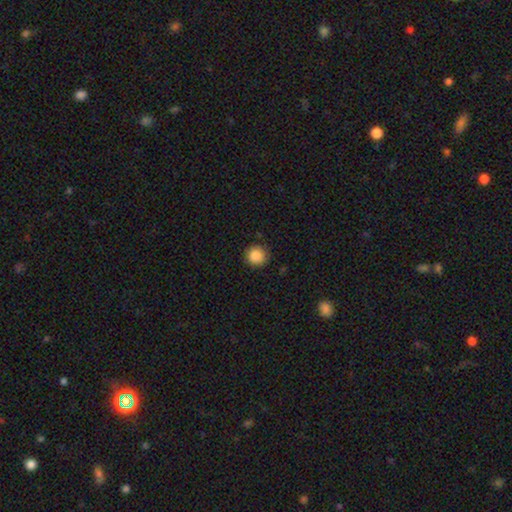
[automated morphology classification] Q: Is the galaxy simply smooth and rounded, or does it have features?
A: smooth — 88%.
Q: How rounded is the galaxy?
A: round — 93%.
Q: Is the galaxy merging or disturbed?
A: none — 86%.